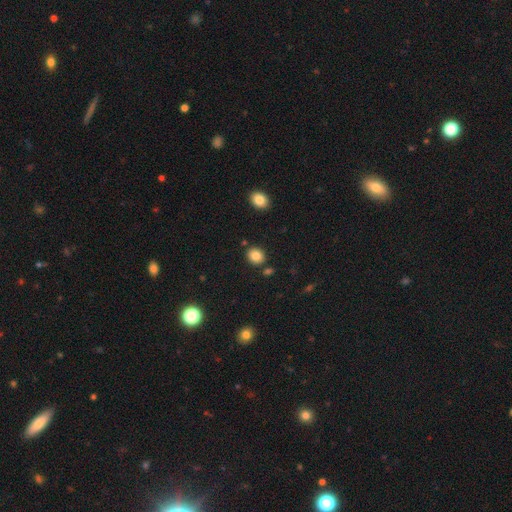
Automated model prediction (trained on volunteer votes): Smooth or featured? Predicted: smooth (p=0.84). How rounded? Predicted: round (p=0.69). Merging? Predicted: none (p=0.84).